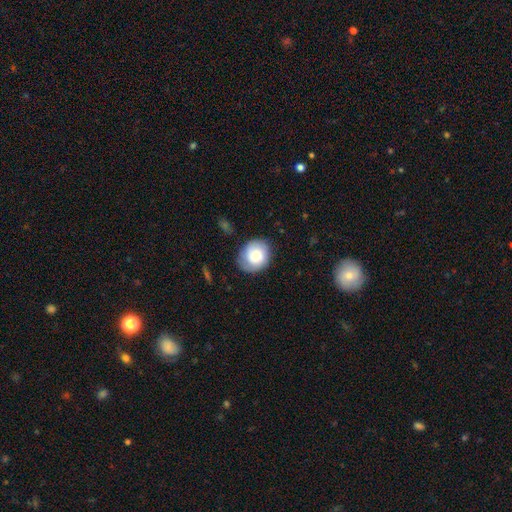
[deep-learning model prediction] smooth 71%, featured or disk 22%, star or artifact 7%. Down the decision tree: how rounded — round (71%); merging — none (73%).